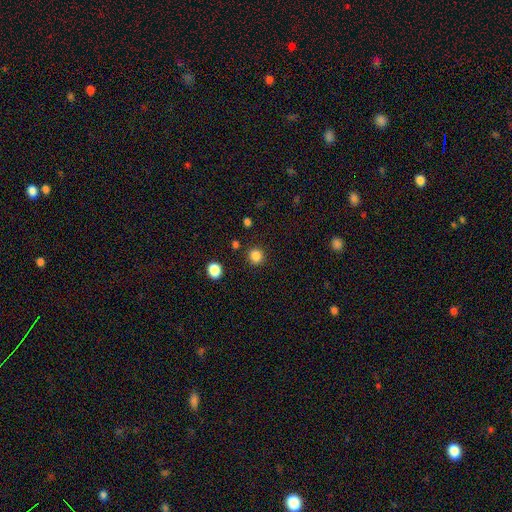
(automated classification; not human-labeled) smooth_or_featured: smooth (p=0.85) [alt: star or artifact p=0.12]
how_rounded: round (p=0.89) [alt: in between p=0.10]
merging: none (p=0.88) [alt: minor disturbance p=0.07]